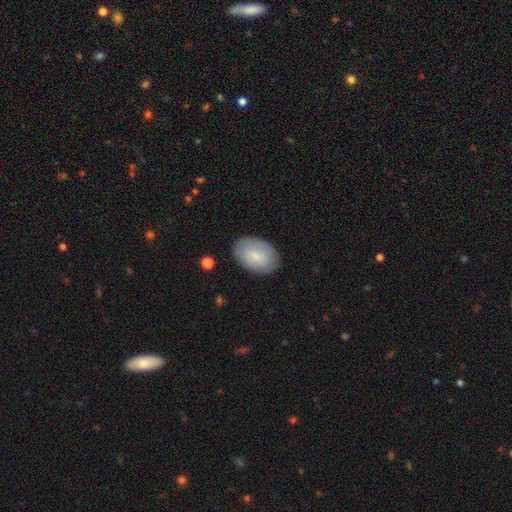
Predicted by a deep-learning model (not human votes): Q: Smooth or featured?
A: smooth (74%); runner-up: featured or disk (20%)
Q: How rounded?
A: in between (89%); runner-up: round (9%)
Q: Merging?
A: none (84%); runner-up: minor disturbance (12%)